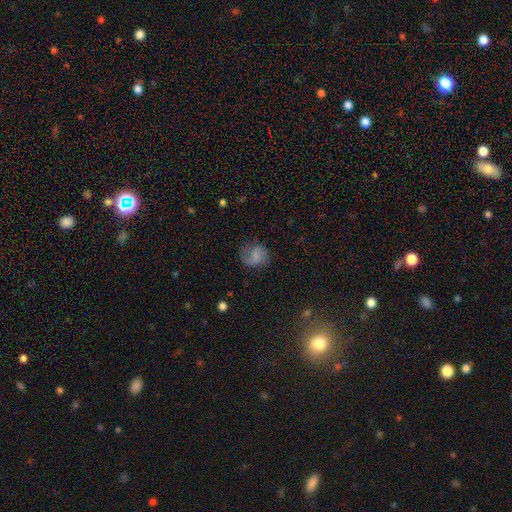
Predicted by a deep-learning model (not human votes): The model was most divided on "smooth or featured": smooth: 53%, featured or disk: 37%, star or artifact: 10%. More confident: how rounded — round (66%); merging — none (65%).